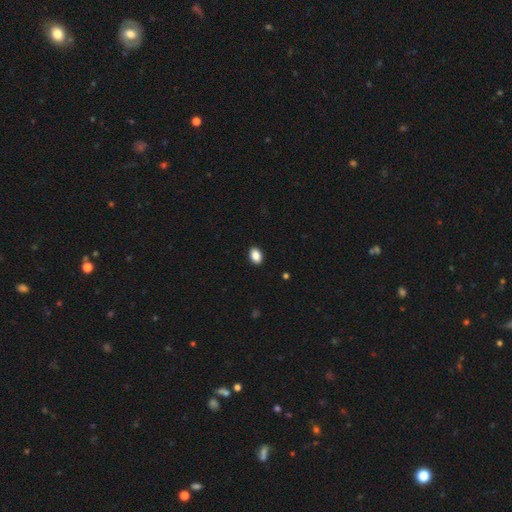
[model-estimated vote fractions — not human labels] This appears to be a smooth galaxy with no disk features (88%) that is in between round and cigar-shaped (82%). Merging: none (91%).